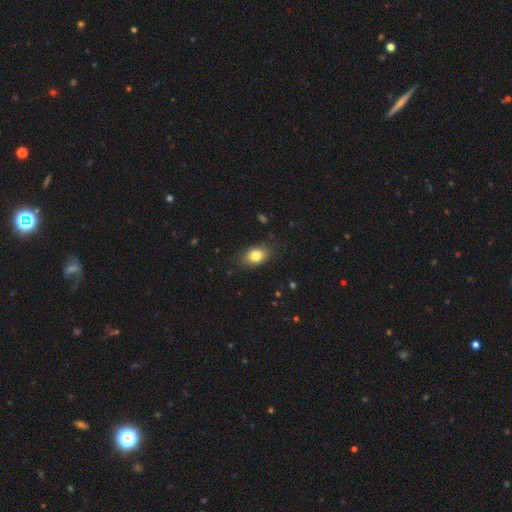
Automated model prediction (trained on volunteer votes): Smooth or featured: smooth — 81% (featured or disk — 10%)
How rounded: in between — 82% (round — 16%)
Merging: none — 82% (minor disturbance — 13%)